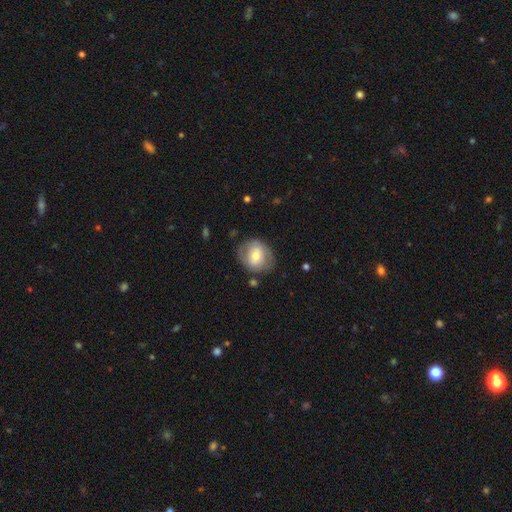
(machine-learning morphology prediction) A smooth galaxy with no disk features (53%) that is round (65%). Merging: none (72%).